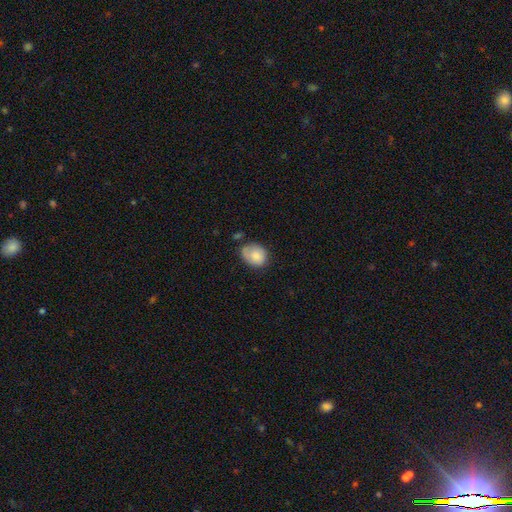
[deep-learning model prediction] Smooth or featured? Predicted: smooth (p=0.78). How rounded? Predicted: in between (p=0.51). Merging? Predicted: none (p=0.53).